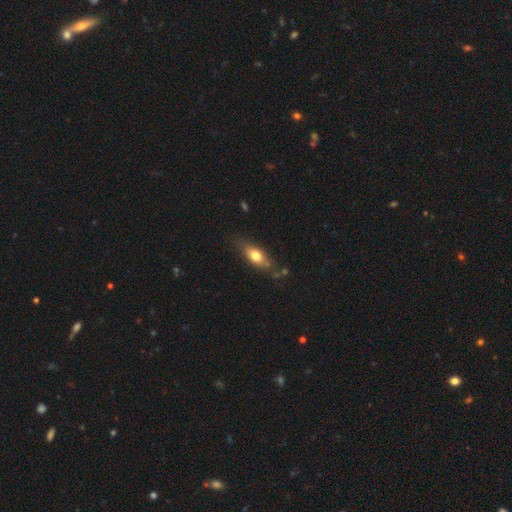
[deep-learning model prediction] A smooth galaxy with no disk features (68%) that is in between round and cigar-shaped (70%).

Vote fractions:
- Smooth or featured? smooth: 68% / featured or disk: 25% / star or artifact: 7%
- How rounded? in between: 70% / cigar-shaped: 25% / round: 5%
- Merging? none: 71% / minor disturbance: 20% / major disturbance: 5% / merger: 4%